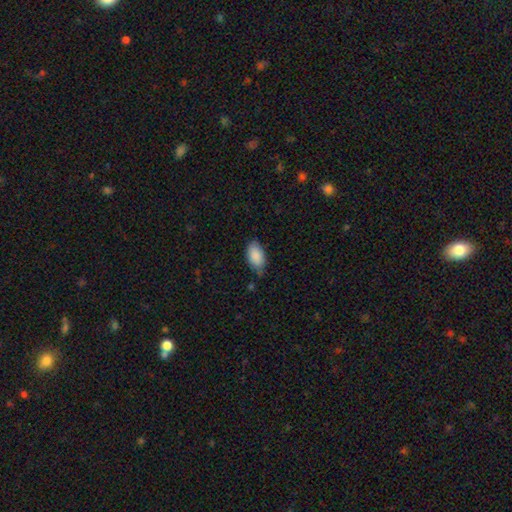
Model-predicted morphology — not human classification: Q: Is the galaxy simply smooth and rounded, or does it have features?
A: smooth — 89%.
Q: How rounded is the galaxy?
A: in between — 94%.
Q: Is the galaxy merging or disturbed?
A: none — 64%.